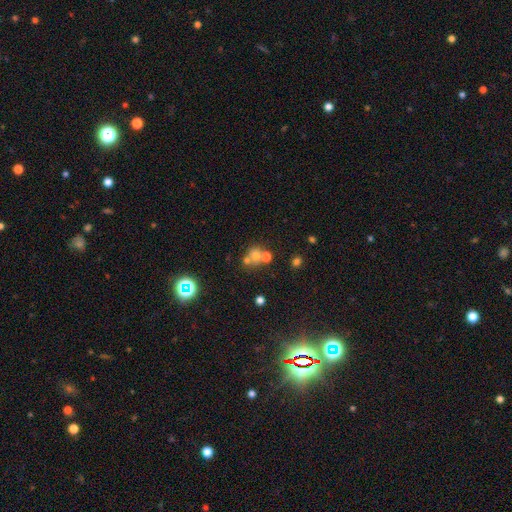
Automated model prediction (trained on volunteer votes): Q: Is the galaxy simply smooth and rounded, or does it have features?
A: smooth — 61%.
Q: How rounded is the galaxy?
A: round — 76%.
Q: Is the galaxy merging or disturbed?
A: merger — 44%.